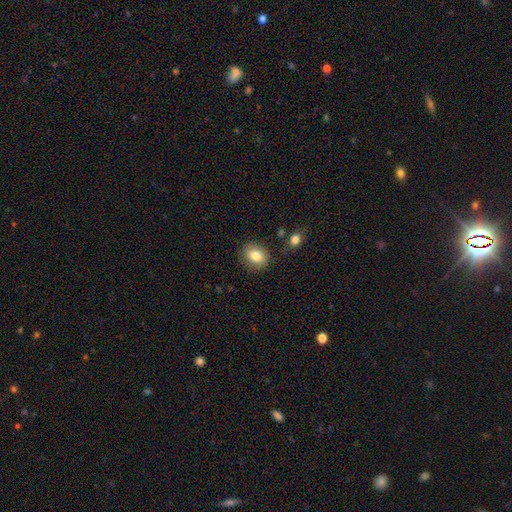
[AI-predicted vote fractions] smooth 83%, featured or disk 9%, star or artifact 9%. Down the decision tree: how rounded — in between (52%); merging — none (84%).